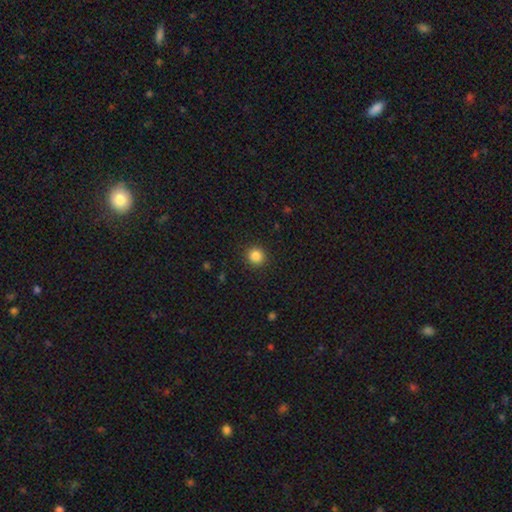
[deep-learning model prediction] smooth-or-featured: smooth: 86% | star or artifact: 11% | featured or disk: 4%
  how-rounded: round: 93% | in between: 6% | cigar-shaped: 1%
  merging: none: 91% | minor disturbance: 6% | major disturbance: 2% | merger: 1%